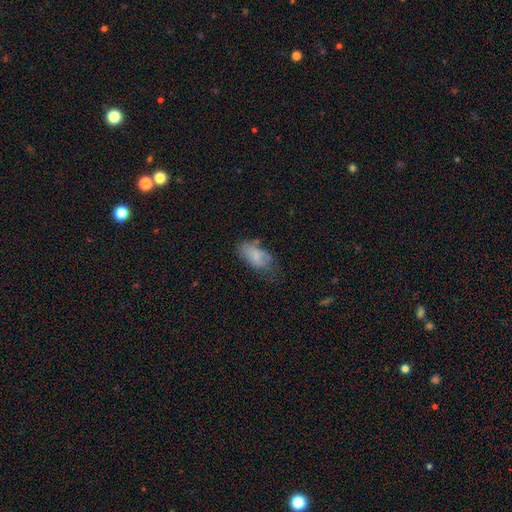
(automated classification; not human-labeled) A smooth galaxy with no disk features (71%) that is in between round and cigar-shaped (92%).

Vote fractions:
- Smooth or featured? smooth: 71% / featured or disk: 20% / star or artifact: 9%
- How rounded? in between: 92% / cigar-shaped: 4% / round: 4%
- Merging? none: 40% / minor disturbance: 34% / major disturbance: 22% / merger: 5%